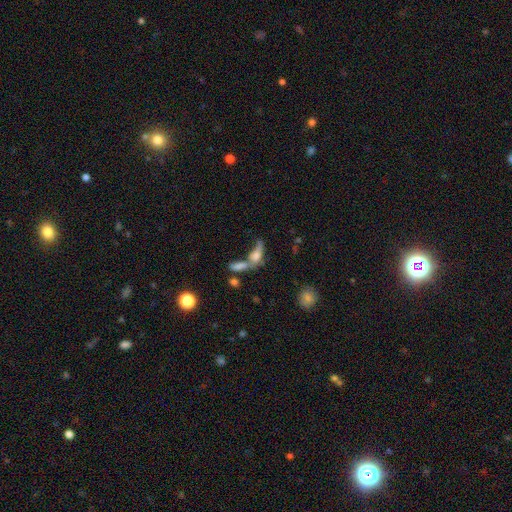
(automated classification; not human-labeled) smooth 52%, featured or disk 33%, star or artifact 14%. Down the decision tree: how rounded — in between (60%); merging — merger (51%).